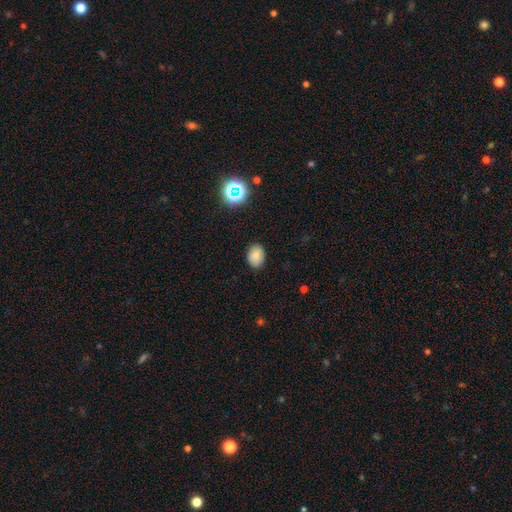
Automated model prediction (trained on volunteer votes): Smooth or featured? Predicted: smooth (p=0.80). How rounded? Predicted: in between (p=0.65). Merging? Predicted: none (p=0.86).